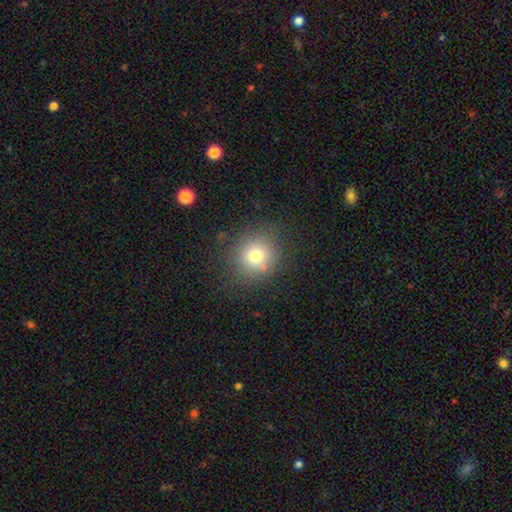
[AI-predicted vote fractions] The model was most divided on "smooth or featured": smooth: 75%, star or artifact: 14%, featured or disk: 11%. More confident: how rounded — round (89%); merging — none (82%).